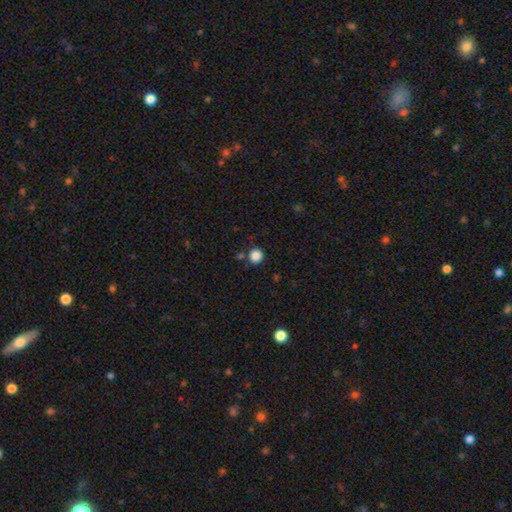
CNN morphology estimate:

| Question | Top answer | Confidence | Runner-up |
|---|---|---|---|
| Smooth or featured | smooth | 86% | star or artifact (11%) |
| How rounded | round | 94% | in between (5%) |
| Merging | none | 84% | minor disturbance (7%) |